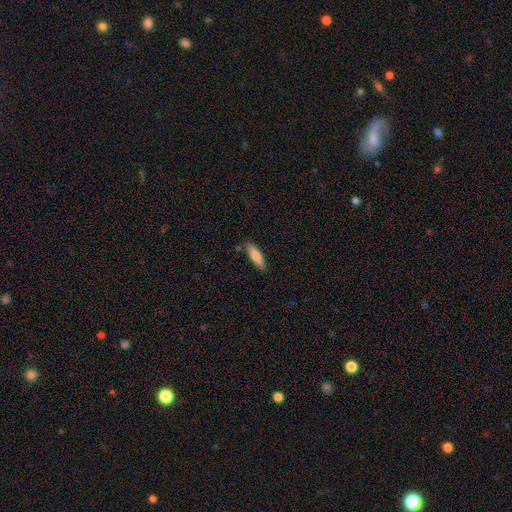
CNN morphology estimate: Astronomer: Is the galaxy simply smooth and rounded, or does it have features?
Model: smooth — 82%.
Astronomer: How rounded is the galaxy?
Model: cigar-shaped — 60% (runner-up: in between, 38%).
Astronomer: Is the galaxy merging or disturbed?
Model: none — 84%.